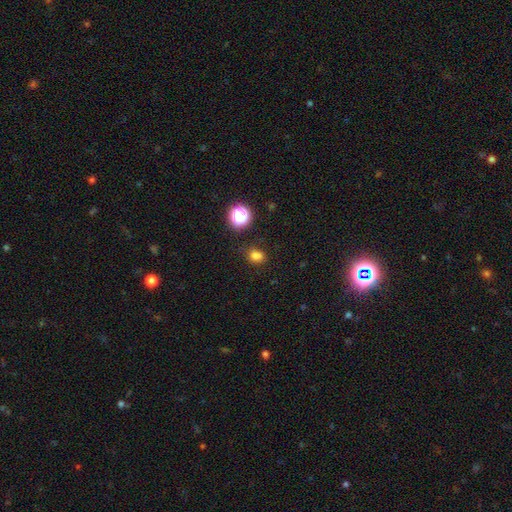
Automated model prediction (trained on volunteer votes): The model was most divided on "how rounded": round: 53%, in between: 46%, cigar-shaped: 1%. More confident: smooth or featured — smooth (76%); merging — none (70%).